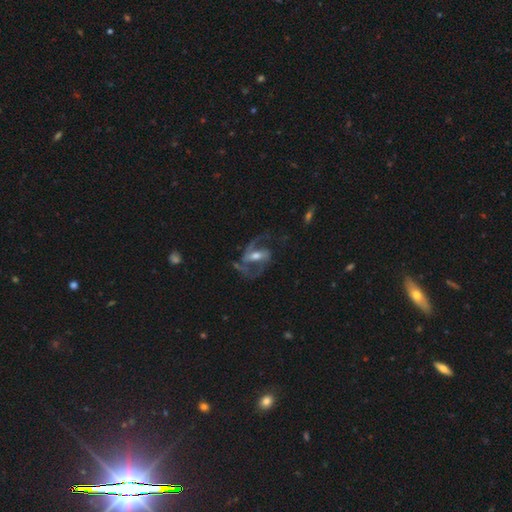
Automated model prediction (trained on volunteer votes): Smooth or featured: featured or disk — 86% (smooth — 8%)
Edge-on disk: no — 95% (yes — 5%)
Bar: strong — 49% (weak — 34%)
Spiral arms: yes — 92% (no — 8%)
Spiral winding: medium — 50% (loose — 35%)
Spiral arm count: 2 — 84% (can't tell — 5%)
Bulge size: moderate — 59% (small — 29%)
Merging: none — 58% (major disturbance — 23%)